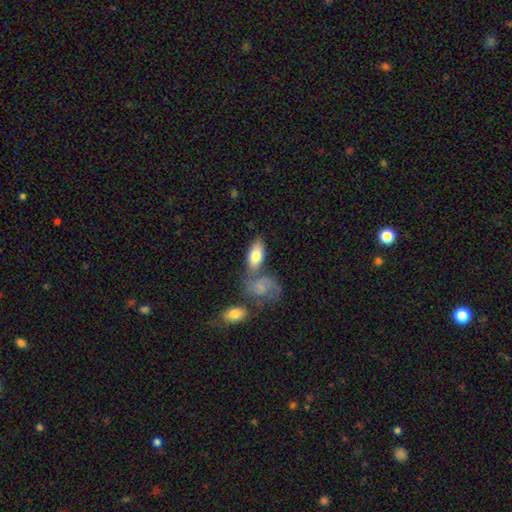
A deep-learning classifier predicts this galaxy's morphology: Smooth or featured? smooth (73%)
How rounded? in between (89%)
Merging? none (50%)